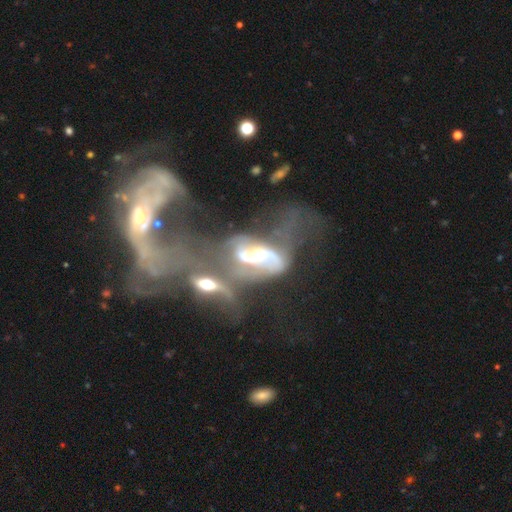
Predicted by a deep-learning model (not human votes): A featured or disk galaxy (74%) with no bar (56%), spiral arms (59%) and a moderate central bulge (52%).

Vote fractions:
- Smooth or featured? featured or disk: 74% / smooth: 13% / star or artifact: 13%
- Edge-on disk? no: 94% / yes: 6%
- Bar? no: 56% / weak: 28% / strong: 16%
- Spiral arms? yes: 59% / no: 41%
- Bulge size? moderate: 52% / small: 30% / none: 8% / large: 8% / dominant: 2%
- Merging? merger: 70% / major disturbance: 20% / none: 5% / minor disturbance: 4%